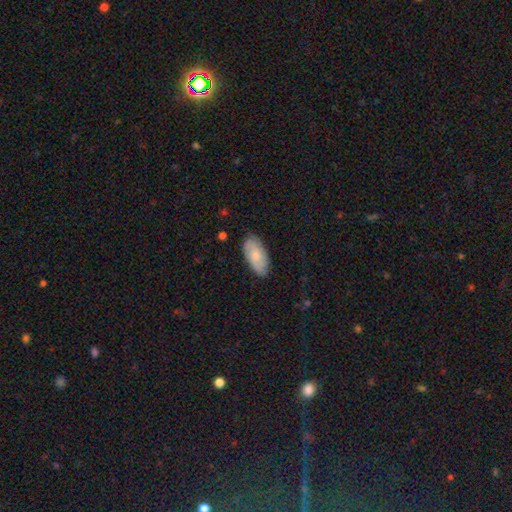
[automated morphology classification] Smooth or featured: smooth — 68% (featured or disk — 26%)
How rounded: in between — 93% (cigar-shaped — 5%)
Merging: none — 80% (minor disturbance — 16%)